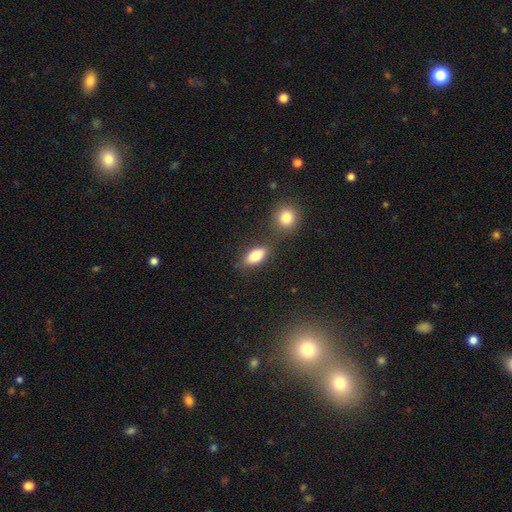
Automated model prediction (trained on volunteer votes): The model was most divided on "merging": none: 71%, merger: 14%, minor disturbance: 12%, major disturbance: 4%. More confident: how rounded — in between (86%); smooth or featured — smooth (82%).